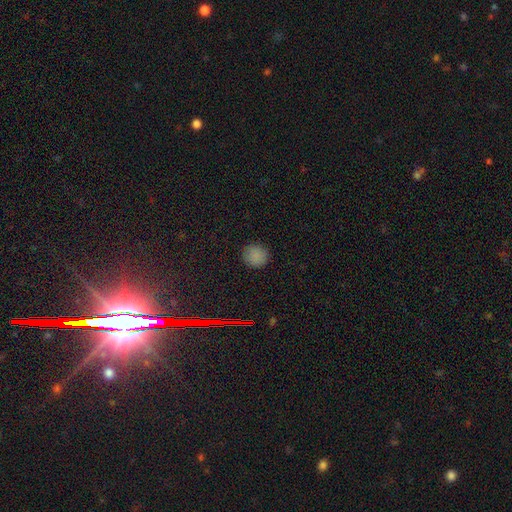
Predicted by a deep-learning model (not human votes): Smooth or featured? Predicted: smooth (p=0.83). How rounded? Predicted: round (p=0.89). Merging? Predicted: none (p=0.88).